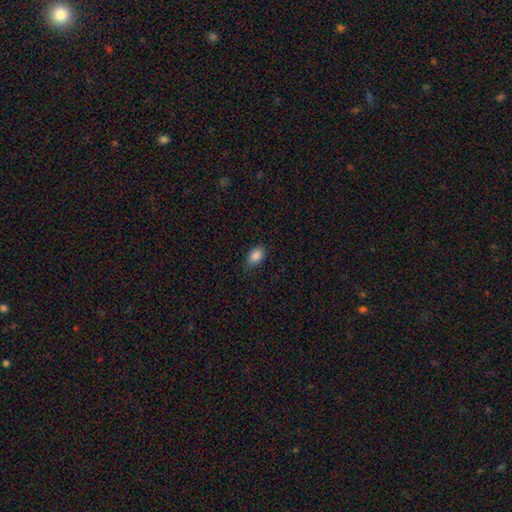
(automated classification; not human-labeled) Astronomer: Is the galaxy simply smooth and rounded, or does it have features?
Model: smooth — 88%.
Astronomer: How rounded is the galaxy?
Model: in between — 86%.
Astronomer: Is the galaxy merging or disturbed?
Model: none — 84%.